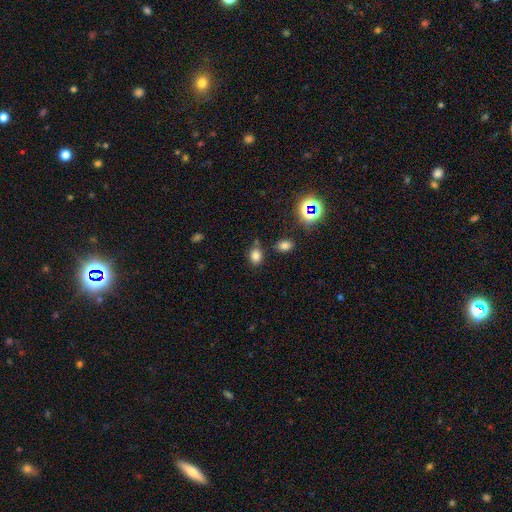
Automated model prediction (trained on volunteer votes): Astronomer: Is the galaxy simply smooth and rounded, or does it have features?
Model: smooth — 79%.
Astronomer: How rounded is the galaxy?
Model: in between — 53% (runner-up: round, 46%).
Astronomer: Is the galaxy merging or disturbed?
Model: none — 71%.